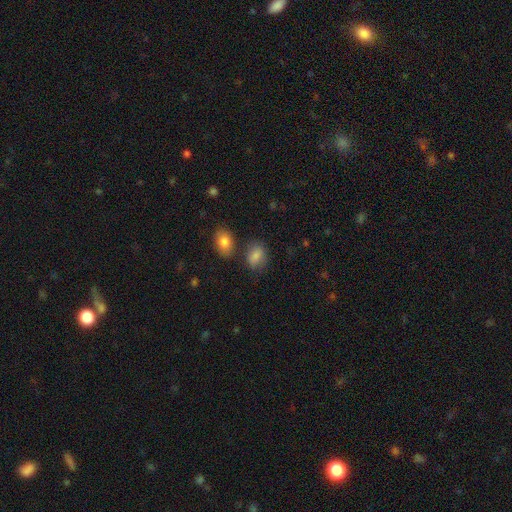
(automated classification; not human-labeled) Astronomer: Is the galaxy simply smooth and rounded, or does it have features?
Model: smooth — 83%.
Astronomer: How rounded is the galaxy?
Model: in between — 77%.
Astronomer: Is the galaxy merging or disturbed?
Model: none — 67%.